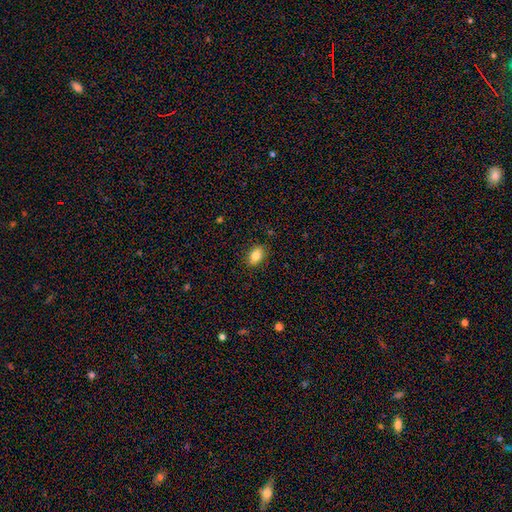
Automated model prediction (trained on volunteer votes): Smooth or featured: smooth — 81% (featured or disk — 11%)
How rounded: in between — 85% (round — 12%)
Merging: none — 87% (minor disturbance — 10%)